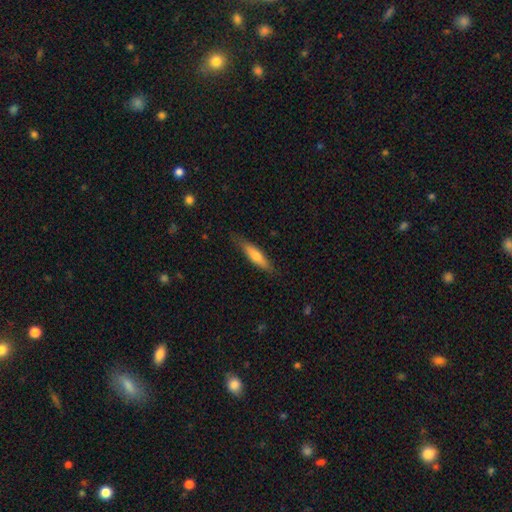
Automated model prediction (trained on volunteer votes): smooth-or-featured: smooth: 62% | featured or disk: 32% | star or artifact: 6%
  how-rounded: cigar-shaped: 75% | in between: 23% | round: 2%
  merging: none: 80% | minor disturbance: 16% | major disturbance: 3% | merger: 1%